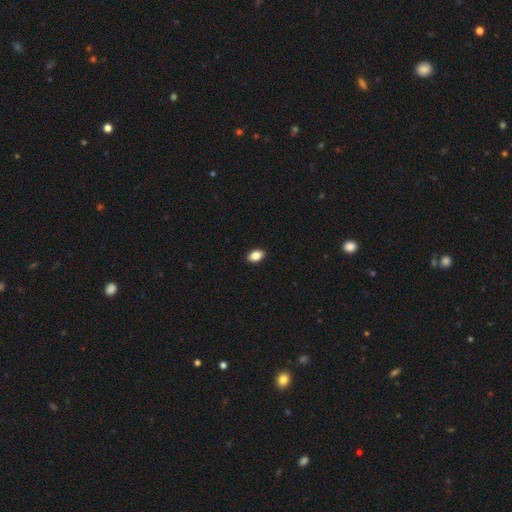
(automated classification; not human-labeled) This appears to be a smooth galaxy with no disk features (87%) that is in between round and cigar-shaped (88%). Merging: none (91%).